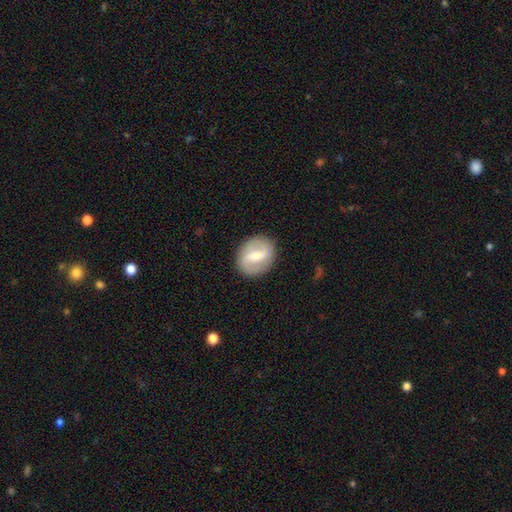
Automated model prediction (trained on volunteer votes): This is possibly a featured or disk galaxy (59%). It is clearly not viewed edge-on (96%). Bar: marginally weak (45%). Spiral arm pattern: likely yes (70%). Central bulge: possibly moderate (47%). Merging: clearly none (85%).